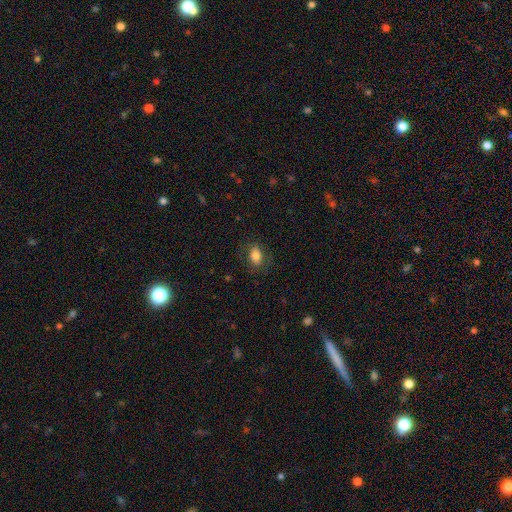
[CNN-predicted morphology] smooth 80%, featured or disk 11%, star or artifact 9%. Down the decision tree: how rounded — in between (81%); merging — none (78%).